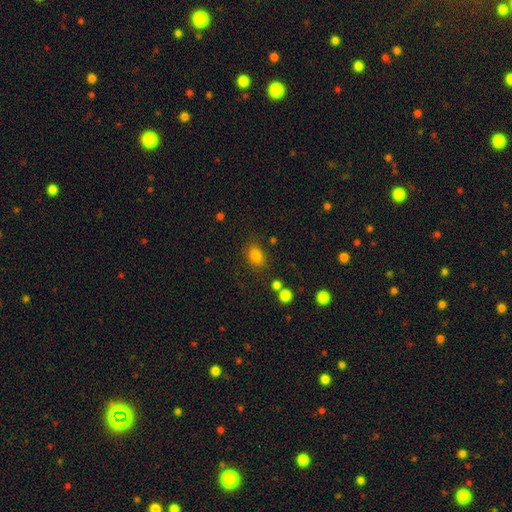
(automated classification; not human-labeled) smooth_or_featured: smooth (p=0.82) [alt: star or artifact p=0.12]
how_rounded: in between (p=0.70) [alt: round p=0.29]
merging: none (p=0.77) [alt: minor disturbance p=0.14]